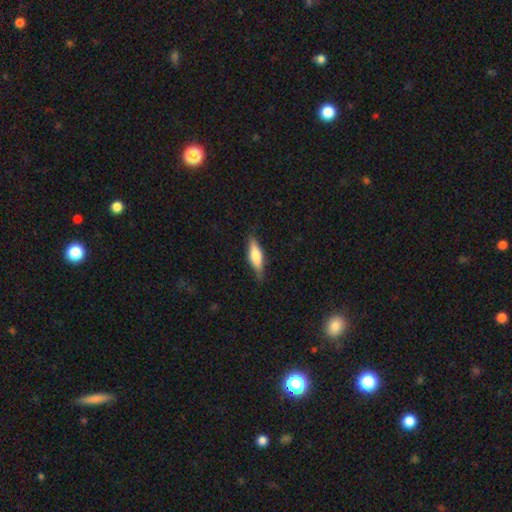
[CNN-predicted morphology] type=smooth (63%); roundness=cigar-shaped (54%); merging=none (78%).